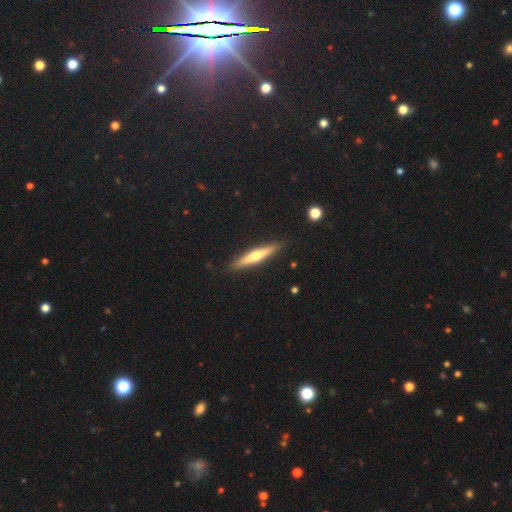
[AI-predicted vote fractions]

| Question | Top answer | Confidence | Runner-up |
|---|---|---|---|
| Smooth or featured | featured or disk | 54% | smooth (40%) |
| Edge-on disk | yes | 96% | no (4%) |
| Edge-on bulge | rounded | 84% | none (11%) |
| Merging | none | 89% | minor disturbance (8%) |